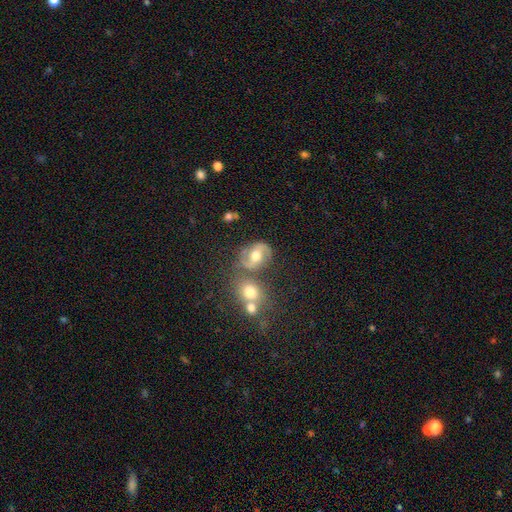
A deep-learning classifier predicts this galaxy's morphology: A featured or disk galaxy (71%) with a weak bar (41%), 2 (92%) medium (53%) spiral arms (87%) and a moderate central bulge (74%).

Vote fractions:
- Smooth or featured? featured or disk: 71% / smooth: 20% / star or artifact: 9%
- Edge-on disk? no: 97% / yes: 3%
- Bar? weak: 41% / no: 39% / strong: 19%
- Spiral arms? yes: 87% / no: 13%
- Spiral winding? medium: 53% / loose: 31% / tight: 16%
- Spiral arm count? 2: 92% / can't tell: 3% / 1: 2% / 3: 1% / 4: 1% / more than 4: 1%
- Bulge size? moderate: 74% / large: 12% / small: 11% / none: 2% / dominant: 1%
- Merging? none: 66% / minor disturbance: 16% / merger: 11% / major disturbance: 7%